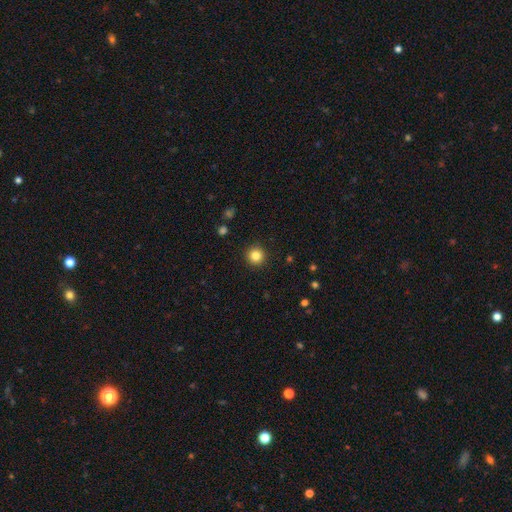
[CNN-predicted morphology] Overall: smooth (84%). How rounded: round (96%). Merging: none (92%).